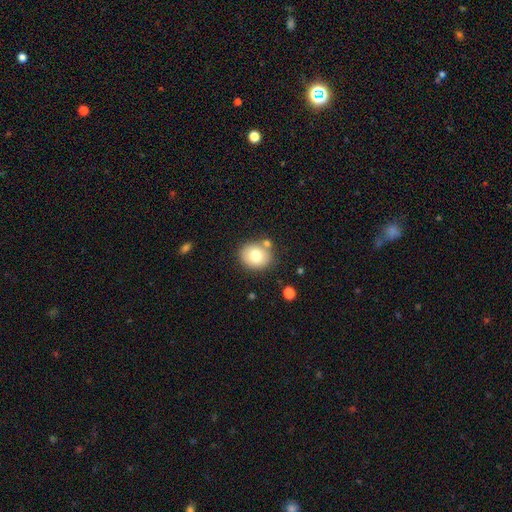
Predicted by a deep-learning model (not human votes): Q: Smooth or featured?
A: smooth (76%); runner-up: featured or disk (15%)
Q: How rounded?
A: round (67%); runner-up: in between (32%)
Q: Merging?
A: none (73%); runner-up: minor disturbance (12%)